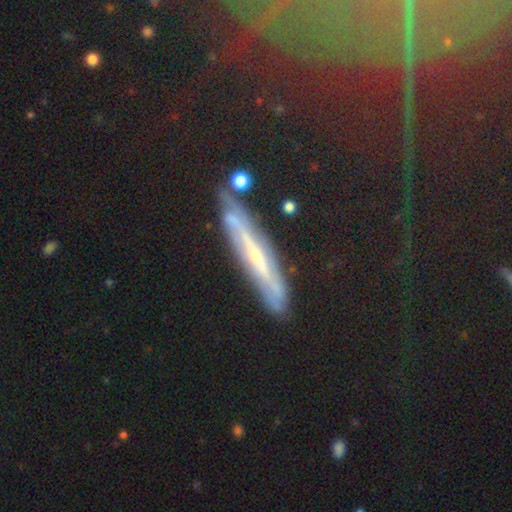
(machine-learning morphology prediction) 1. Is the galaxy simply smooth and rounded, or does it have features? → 47% featured or disk, 31% star or artifact, 22% smooth.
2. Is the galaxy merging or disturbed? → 77% none, 15% minor disturbance, 4% major disturbance, 3% merger.